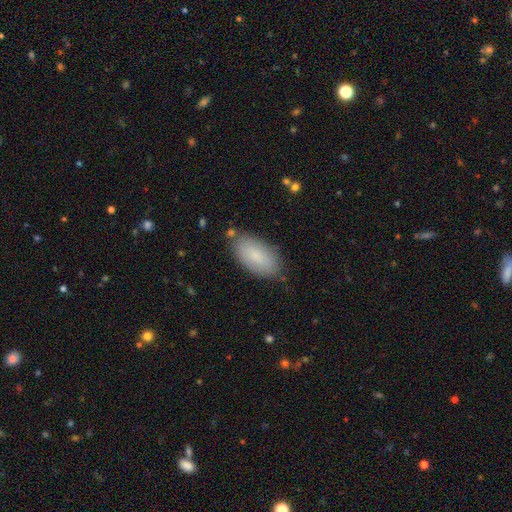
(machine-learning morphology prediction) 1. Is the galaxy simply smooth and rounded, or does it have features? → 82% smooth, 12% featured or disk, 6% star or artifact.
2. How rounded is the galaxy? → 93% in between, 5% cigar-shaped, 2% round.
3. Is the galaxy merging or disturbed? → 79% none, 15% minor disturbance, 3% major disturbance, 3% merger.